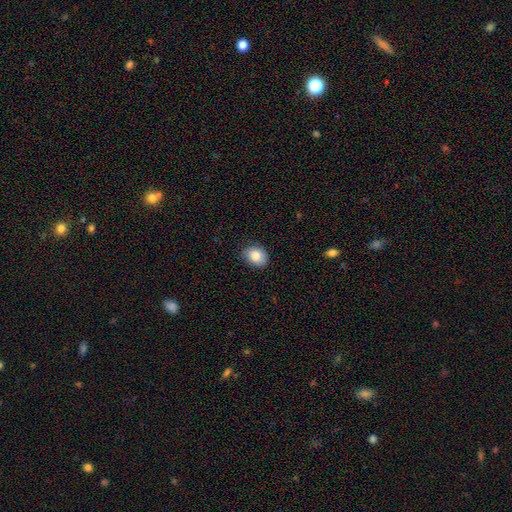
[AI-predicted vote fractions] This is clearly a smooth galaxy (85%). How rounded: likely in between (60%). Merging: clearly none (82%).